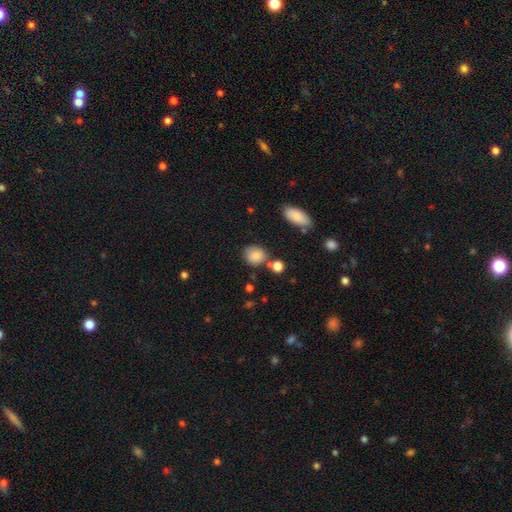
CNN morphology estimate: This appears to be a smooth galaxy with no disk features (83%) that is round (71%). Merging: none (67%).